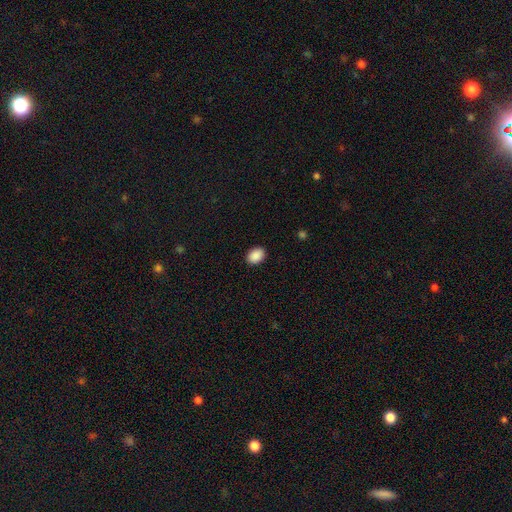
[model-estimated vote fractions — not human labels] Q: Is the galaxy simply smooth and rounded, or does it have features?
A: smooth — 90%.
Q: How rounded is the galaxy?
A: in between — 77%.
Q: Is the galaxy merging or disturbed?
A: none — 90%.